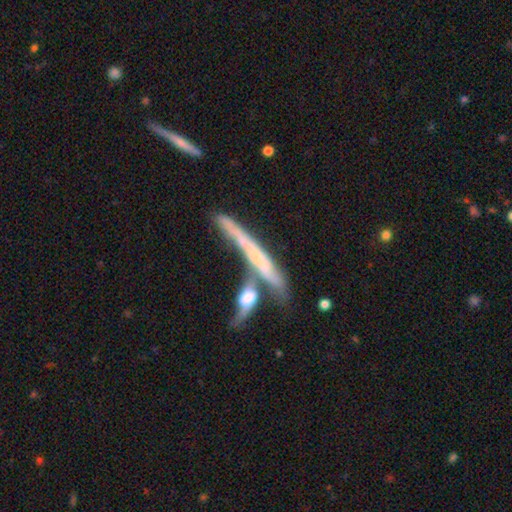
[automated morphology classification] This is possibly a featured or disk galaxy (59%). It is clearly viewed edge-on (86%). Edge-on bulge: likely none (60%). Merging: possibly none (48%).